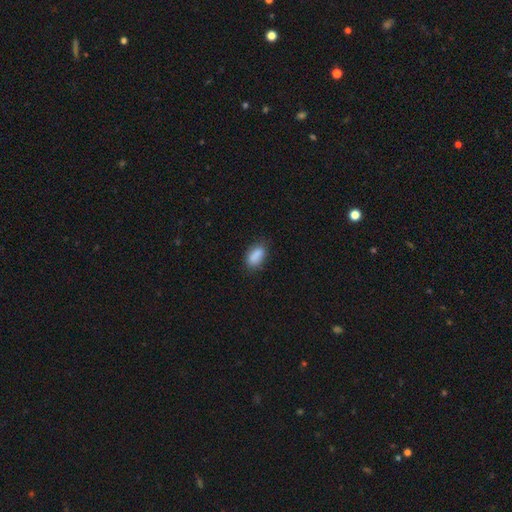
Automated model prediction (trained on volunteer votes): The model was most divided on "merging": none: 77%, minor disturbance: 18%, major disturbance: 3%, merger: 2%. More confident: how rounded — in between (88%); smooth or featured — smooth (87%).